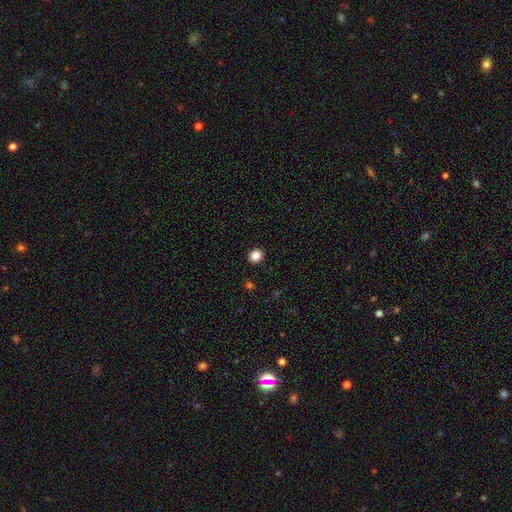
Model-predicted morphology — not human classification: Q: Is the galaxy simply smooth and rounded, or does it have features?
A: smooth — 85%.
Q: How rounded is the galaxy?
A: round — 82%.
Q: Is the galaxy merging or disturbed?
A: none — 93%.